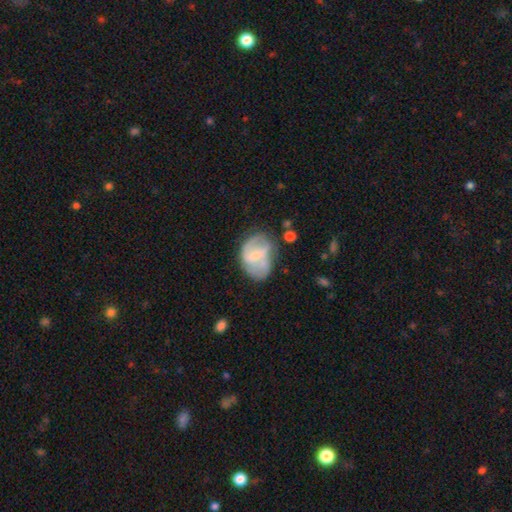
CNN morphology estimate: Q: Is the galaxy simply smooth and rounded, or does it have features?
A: featured or disk — 60%.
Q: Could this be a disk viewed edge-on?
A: no — 97%.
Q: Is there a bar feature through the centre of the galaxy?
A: weak — 49%.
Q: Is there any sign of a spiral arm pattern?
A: yes — 68%.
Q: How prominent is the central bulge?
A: small — 51%.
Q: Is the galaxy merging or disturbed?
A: none — 45%.